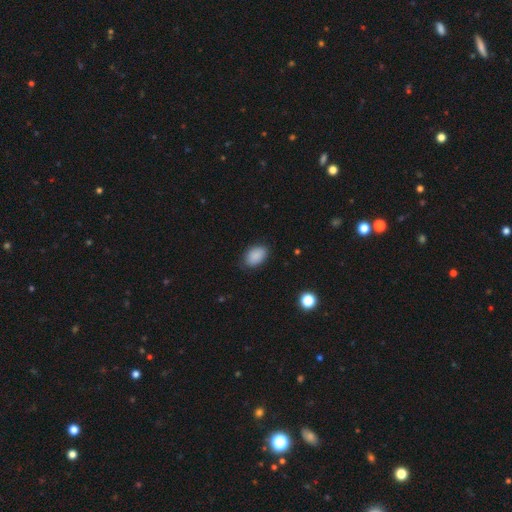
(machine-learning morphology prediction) A smooth galaxy with no disk features (88%) that is in between round and cigar-shaped (87%).

Vote fractions:
- Smooth or featured? smooth: 88% / star or artifact: 8% / featured or disk: 4%
- How rounded? in between: 87% / round: 12% / cigar-shaped: 1%
- Merging? none: 81% / minor disturbance: 15% / major disturbance: 3% / merger: 1%